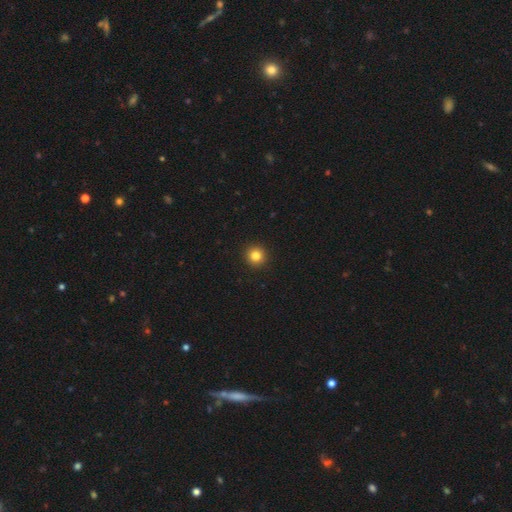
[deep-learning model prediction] Smooth or featured? Predicted: smooth (p=0.83). How rounded? Predicted: round (p=0.96). Merging? Predicted: none (p=0.94).